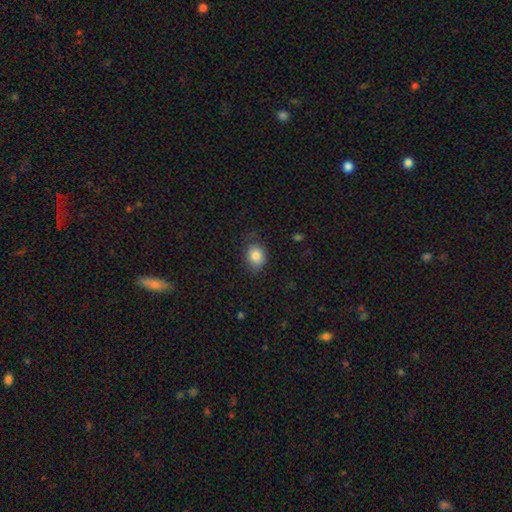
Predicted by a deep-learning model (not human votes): Smooth or featured? Predicted: smooth (p=0.83). How rounded? Predicted: round (p=0.51). Merging? Predicted: none (p=0.69).